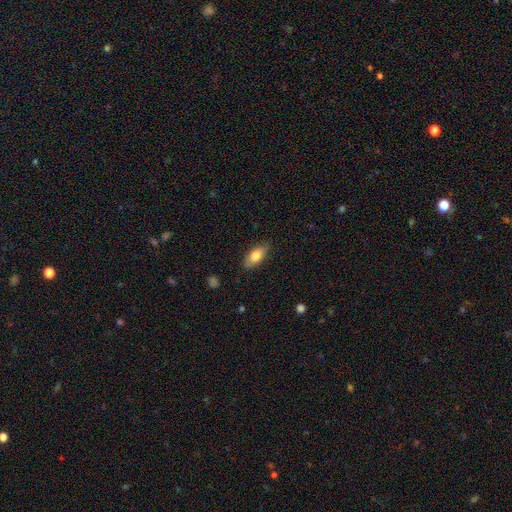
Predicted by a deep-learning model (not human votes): Overall: smooth (77%). How rounded: in between (87%). Merging: none (83%).